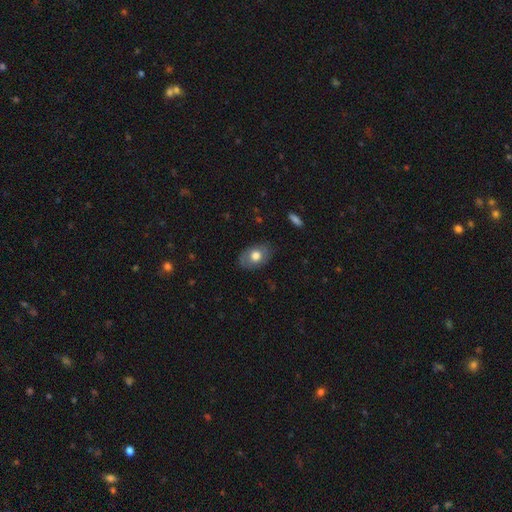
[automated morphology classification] smooth_or_featured: smooth (p=0.65) [alt: featured or disk p=0.27]
how_rounded: in between (p=0.78) [alt: round p=0.21]
merging: none (p=0.77) [alt: minor disturbance p=0.17]